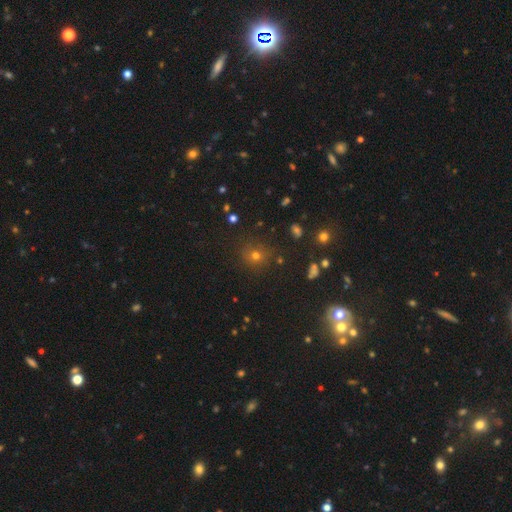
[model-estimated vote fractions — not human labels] smooth-or-featured: smooth: 62% | star or artifact: 30% | featured or disk: 8%
  how-rounded: round: 87% | in between: 12% | cigar-shaped: 1%
  merging: none: 83% | minor disturbance: 10% | major disturbance: 4% | merger: 3%